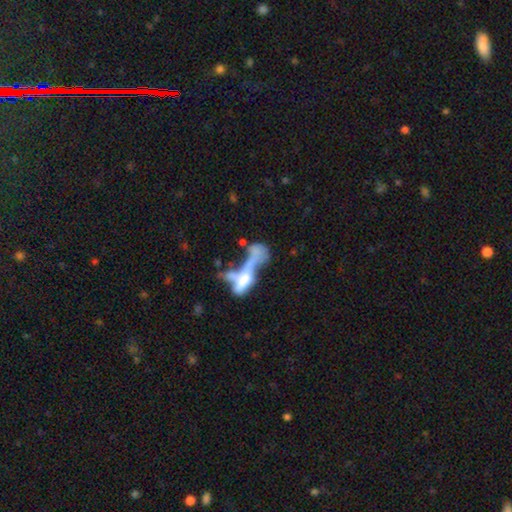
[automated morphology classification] Overall: smooth (44%, tied with featured or disk). Merging: merger (57%; major disturbance 27%).